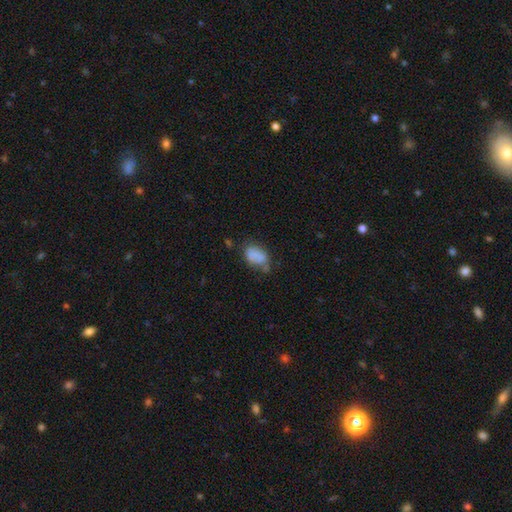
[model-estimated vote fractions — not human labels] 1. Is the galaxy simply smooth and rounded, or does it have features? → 80% smooth, 11% featured or disk, 9% star or artifact.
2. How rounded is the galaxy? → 88% in between, 10% round, 2% cigar-shaped.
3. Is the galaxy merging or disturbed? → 47% none, 31% minor disturbance, 12% major disturbance, 10% merger.